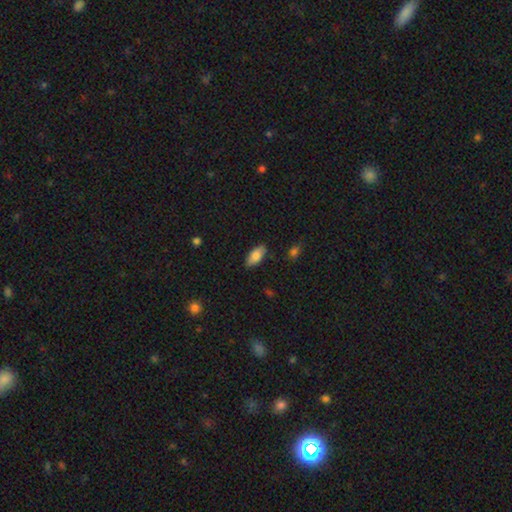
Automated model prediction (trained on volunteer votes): This appears to be a smooth galaxy with no disk features (81%) that is in between round and cigar-shaped (87%). Merging: none (85%).